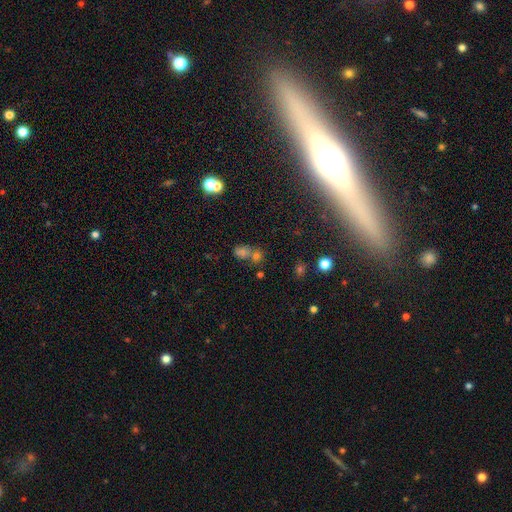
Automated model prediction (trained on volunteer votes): Morphology: type=smooth (50%); roundness=round (61%); merging=none (45%).